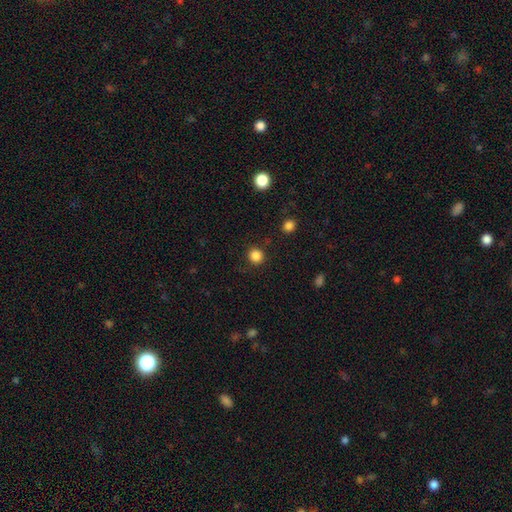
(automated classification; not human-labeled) smooth 85%, star or artifact 12%, featured or disk 3%. Down the decision tree: how rounded — round (93%); merging — none (89%).